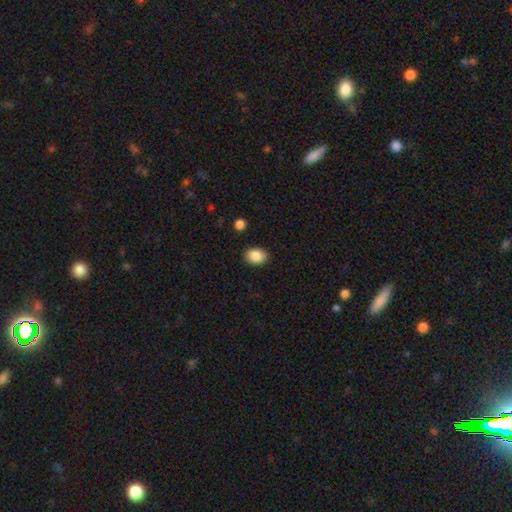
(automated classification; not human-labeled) Q: Smooth or featured?
A: smooth (88%); runner-up: star or artifact (8%)
Q: How rounded?
A: in between (72%); runner-up: round (27%)
Q: Merging?
A: none (89%); runner-up: minor disturbance (7%)